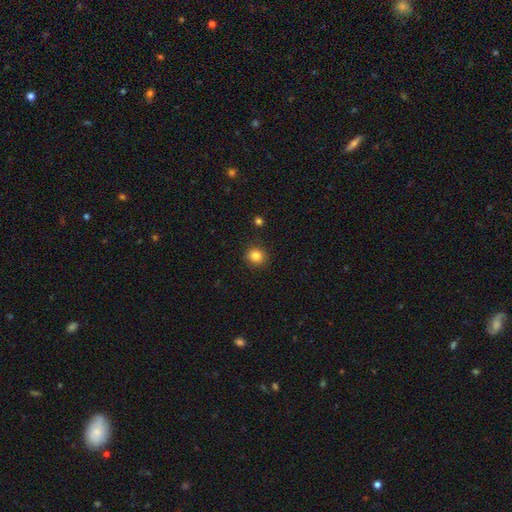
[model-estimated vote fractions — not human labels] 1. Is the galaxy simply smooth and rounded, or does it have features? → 84% smooth, 11% star or artifact, 5% featured or disk.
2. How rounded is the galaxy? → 90% round, 9% in between, 1% cigar-shaped.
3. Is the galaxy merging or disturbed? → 90% none, 7% minor disturbance, 2% major disturbance, 1% merger.